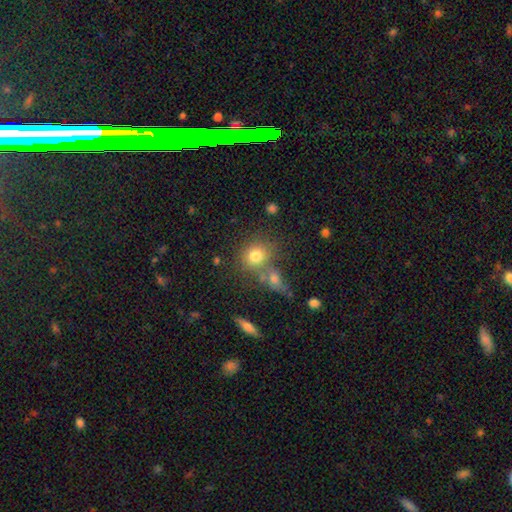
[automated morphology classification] smooth_or_featured: smooth (p=0.76) [alt: star or artifact p=0.13]
how_rounded: round (p=0.73) [alt: in between p=0.25]
merging: none (p=0.57) [alt: merger p=0.27]